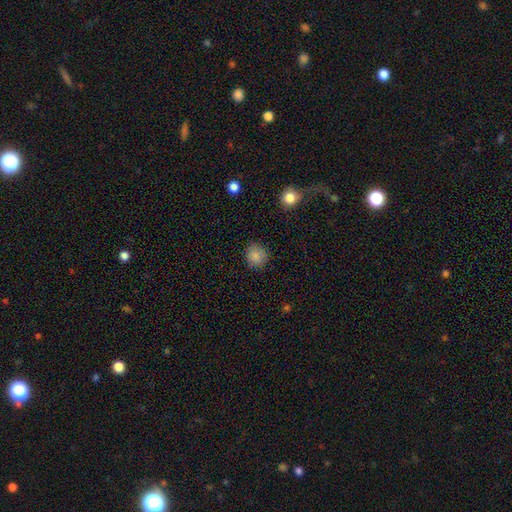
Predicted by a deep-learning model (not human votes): Overall: smooth (86%). How rounded: round (88%). Merging: none (86%).